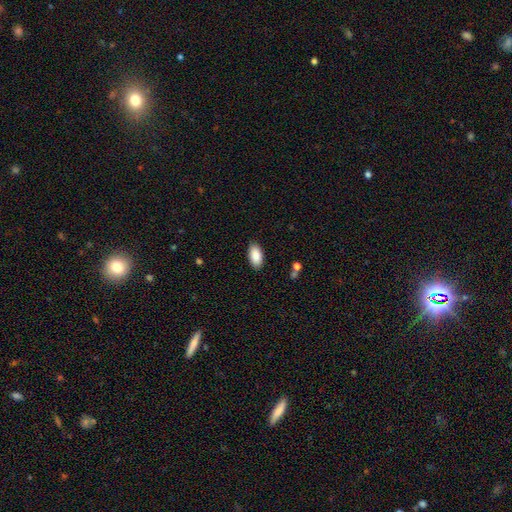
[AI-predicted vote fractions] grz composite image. It shows a smooth galaxy with no disk features (89%) that is in between round and cigar-shaped (95%). Merging: none (88%).